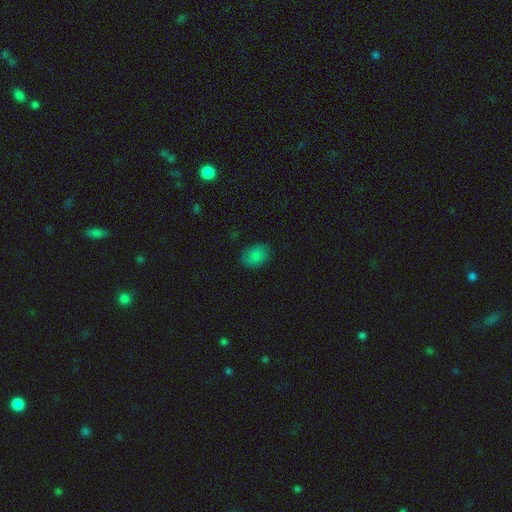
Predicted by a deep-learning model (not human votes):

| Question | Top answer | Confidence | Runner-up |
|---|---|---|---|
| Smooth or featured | smooth | 82% | star or artifact (11%) |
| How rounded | in between | 74% | round (24%) |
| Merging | none | 77% | minor disturbance (18%) |